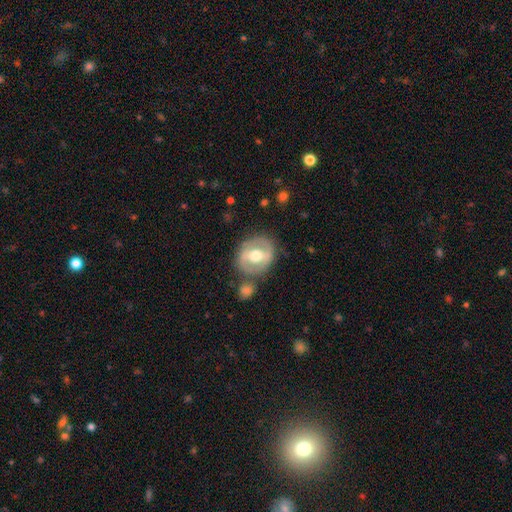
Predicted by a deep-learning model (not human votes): This appears to be a featured or disk galaxy (64%) with a weak bar (38%), no spiral arms (54%) and a moderate central bulge (73%). Merging: none (74%).